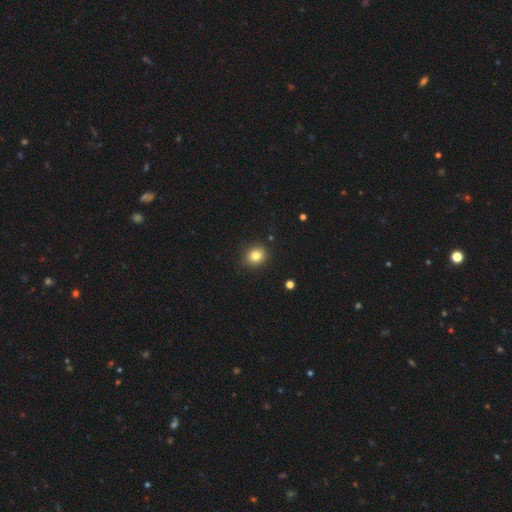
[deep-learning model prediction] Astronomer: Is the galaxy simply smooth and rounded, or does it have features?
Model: smooth — 82%.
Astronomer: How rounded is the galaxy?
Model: round — 75%.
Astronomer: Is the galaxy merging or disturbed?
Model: none — 88%.